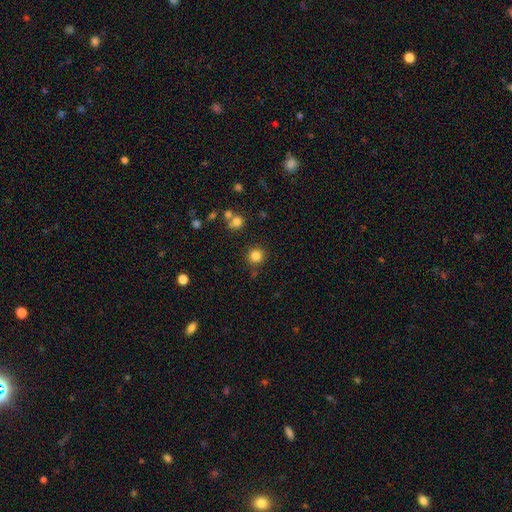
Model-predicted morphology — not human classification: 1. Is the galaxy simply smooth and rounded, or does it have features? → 82% smooth, 12% star or artifact, 5% featured or disk.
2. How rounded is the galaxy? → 93% round, 6% in between, 1% cigar-shaped.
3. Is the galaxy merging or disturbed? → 84% none, 8% minor disturbance, 5% merger, 3% major disturbance.